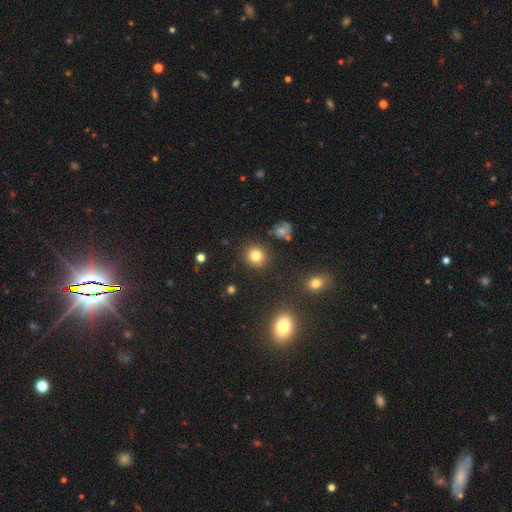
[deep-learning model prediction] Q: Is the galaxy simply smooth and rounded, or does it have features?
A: smooth — 80%.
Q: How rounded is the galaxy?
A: round — 87%.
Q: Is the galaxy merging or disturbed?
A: none — 88%.